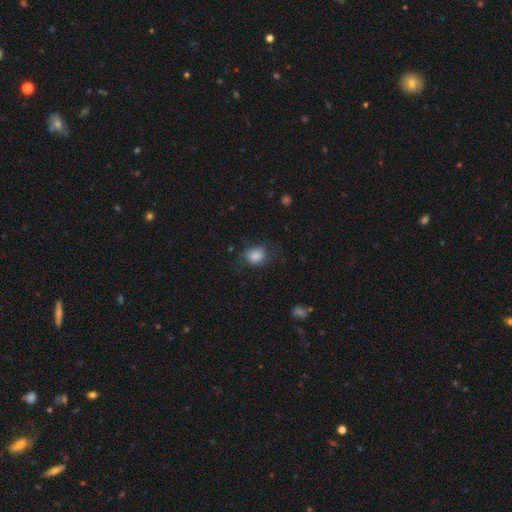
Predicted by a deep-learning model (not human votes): smooth_or_featured: smooth (p=0.81) [alt: featured or disk p=0.10]
how_rounded: round (p=0.60) [alt: in between p=0.39]
merging: none (p=0.58) [alt: minor disturbance p=0.26]